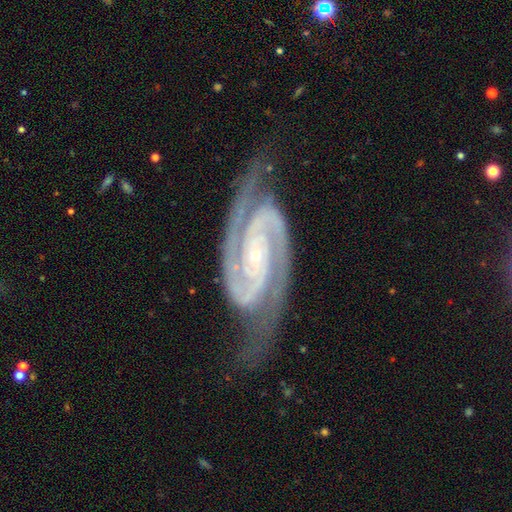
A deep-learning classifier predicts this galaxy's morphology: smooth-or-featured: featured or disk: 94% | star or artifact: 4% | smooth: 2%
  disk-edge-on: no: 97% | yes: 3%
    bar: no: 57% | weak: 23% | strong: 20%
    has-spiral-arms: yes: 99% | no: 1%
      spiral-winding: tight: 59% | medium: 37% | loose: 4%
      spiral-arm-count: 2: 90% | 3: 4% | can't tell: 2% | 4: 2% | more than 4: 1% | 1: 1%
    bulge-size: small: 85% | moderate: 11% | none: 2% | large: 1% | dominant: 1%
  merging: none: 77% | minor disturbance: 17% | major disturbance: 5% | merger: 1%